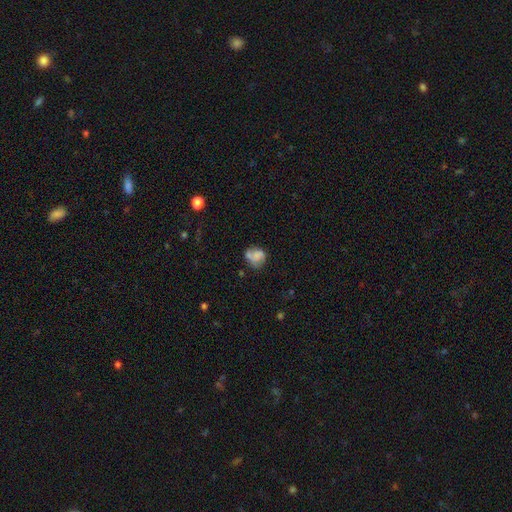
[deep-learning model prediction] Morphology: type=smooth (65%); roundness=round (60%); merging=none (40%).